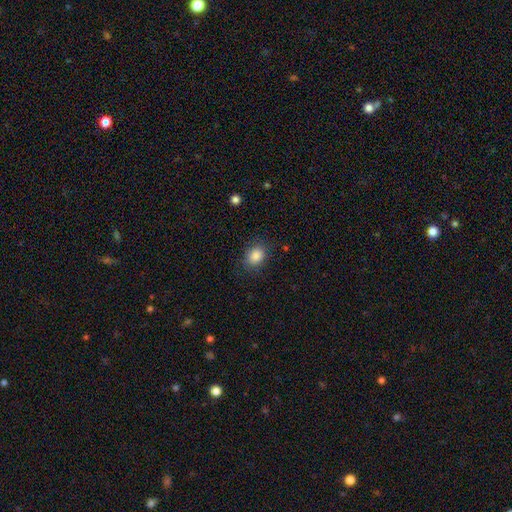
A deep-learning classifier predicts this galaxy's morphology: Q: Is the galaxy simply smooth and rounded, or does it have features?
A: smooth — 86%.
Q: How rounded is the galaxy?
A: in between — 50%.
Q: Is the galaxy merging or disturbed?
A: none — 82%.